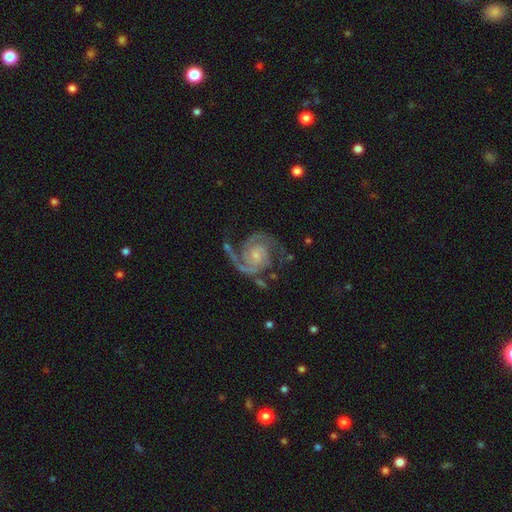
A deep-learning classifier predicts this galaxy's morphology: Overall: featured or disk (93%). Edge-on disk: no (98%). Bar: no (63%; weak 29%). Spiral arms: yes (99%). Spiral arm count: 2 (88%). Spiral winding: tight (47%; medium 45%). Bulge size: small (69%). Merging: none (68%).